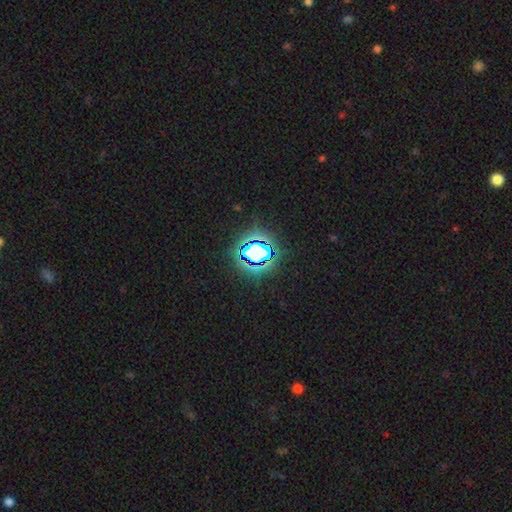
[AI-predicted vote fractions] smooth_or_featured: star or artifact (p=0.80) [alt: smooth p=0.13]